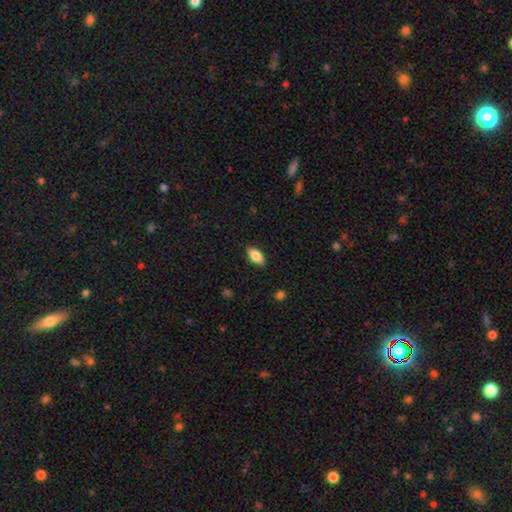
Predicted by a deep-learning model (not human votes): Overall: smooth (87%). How rounded: in between (92%). Merging: none (88%).